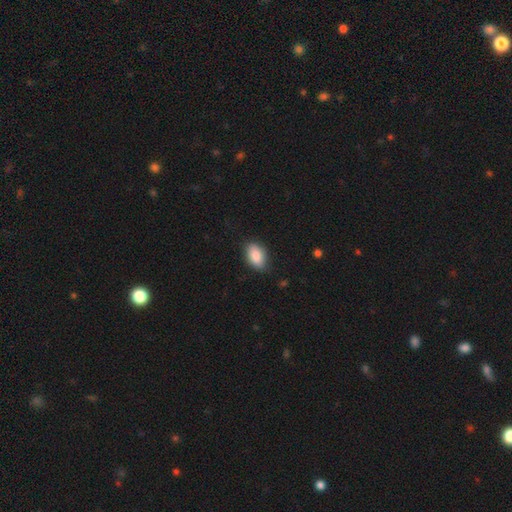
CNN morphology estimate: type=smooth (86%); roundness=in between (91%); merging=none (79%).